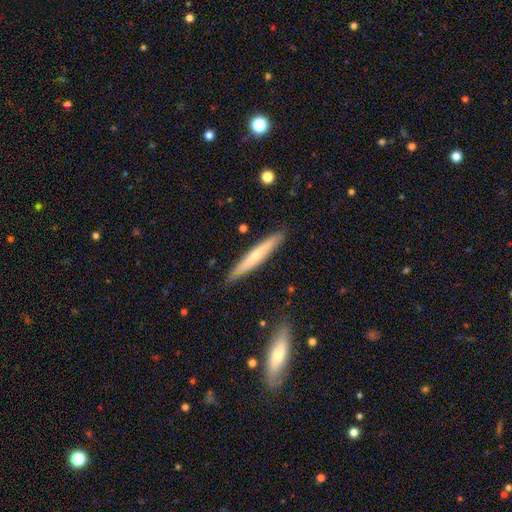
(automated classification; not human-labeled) A smooth galaxy with no disk features (53%) that is cigar-shaped (95%).

Vote fractions:
- Smooth or featured? smooth: 53% / featured or disk: 41% / star or artifact: 6%
- How rounded? cigar-shaped: 95% / in between: 4% / round: 1%
- Merging? none: 89% / minor disturbance: 8% / major disturbance: 2% / merger: 2%